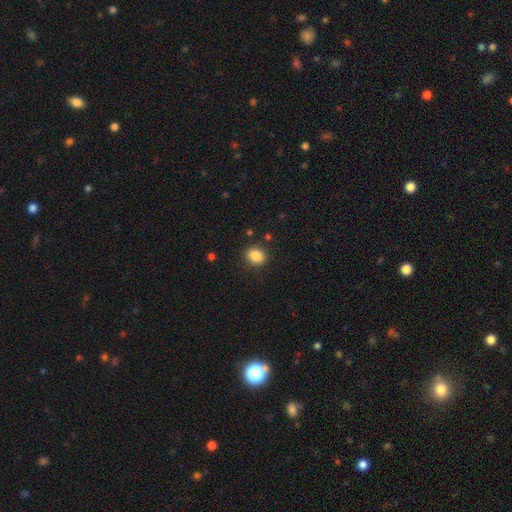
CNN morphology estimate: Q: Smooth or featured?
A: smooth (86%); runner-up: star or artifact (10%)
Q: How rounded?
A: round (52%); runner-up: in between (47%)
Q: Merging?
A: none (87%); runner-up: minor disturbance (9%)